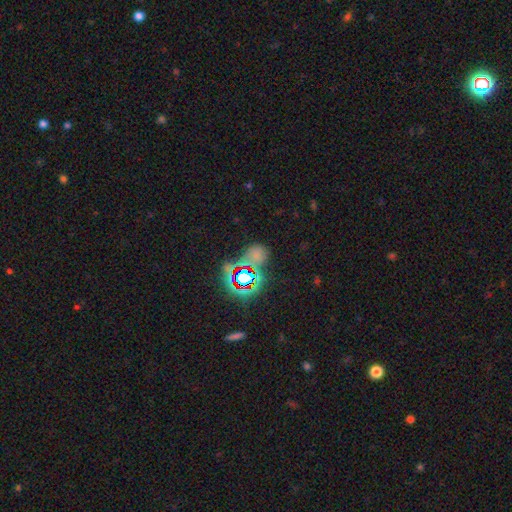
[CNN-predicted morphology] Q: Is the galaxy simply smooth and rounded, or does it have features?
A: star or artifact — 52%.